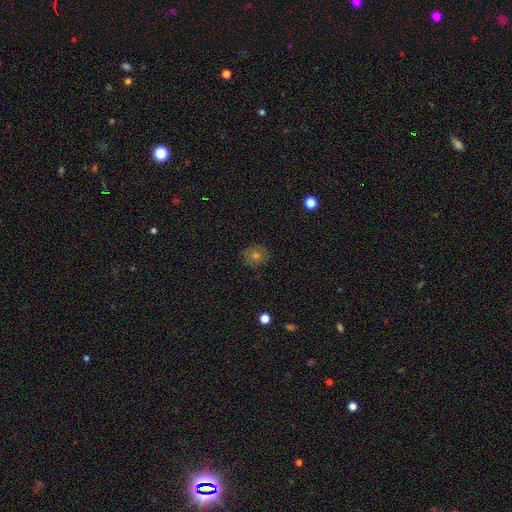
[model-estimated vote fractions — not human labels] A smooth galaxy with no disk features (63%) that is round (86%).

Vote fractions:
- Smooth or featured? smooth: 63% / star or artifact: 20% / featured or disk: 17%
- How rounded? round: 86% / in between: 13% / cigar-shaped: 1%
- Merging? none: 85% / minor disturbance: 11% / major disturbance: 3% / merger: 1%